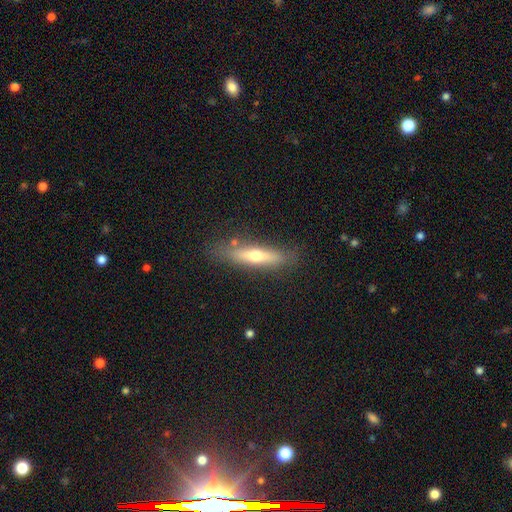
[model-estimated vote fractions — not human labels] Morphology: type=smooth (50%); merging=none (81%).